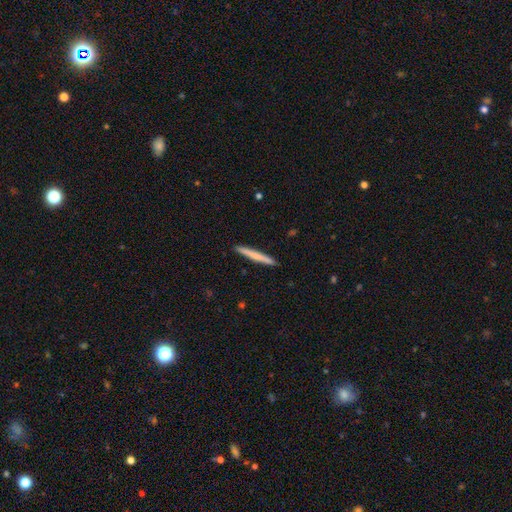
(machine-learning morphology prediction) smooth 66%, featured or disk 29%, star or artifact 5%. Down the decision tree: how rounded — cigar-shaped (97%); merging — none (92%).